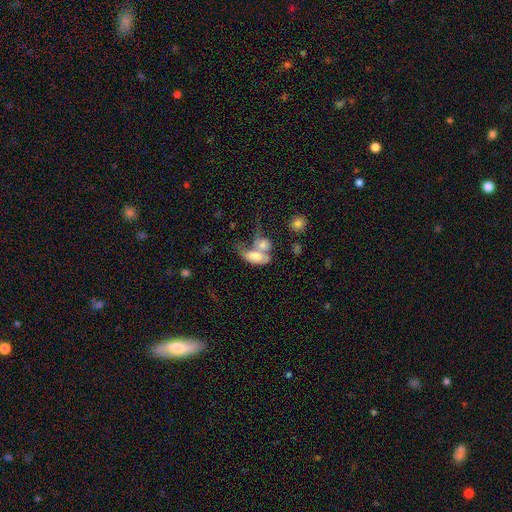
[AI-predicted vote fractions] smooth-or-featured: smooth: 64% | featured or disk: 28% | star or artifact: 8%
  how-rounded: in between: 86% | round: 8% | cigar-shaped: 6%
  merging: merger: 67% | none: 13% | major disturbance: 13% | minor disturbance: 8%